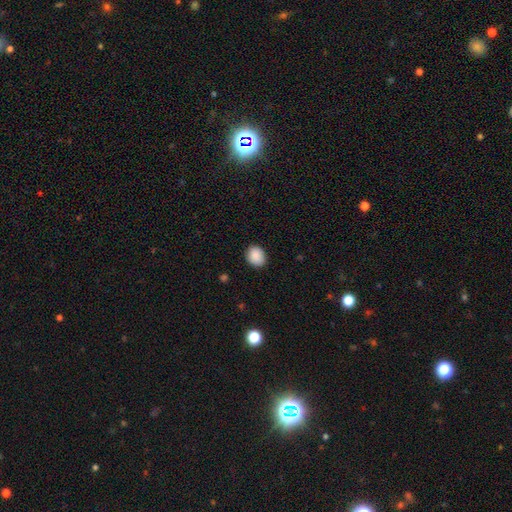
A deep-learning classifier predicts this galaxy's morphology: The model was most divided on "how rounded": round: 51%, in between: 48%, cigar-shaped: 1%. More confident: smooth or featured — smooth (90%); merging — none (88%).